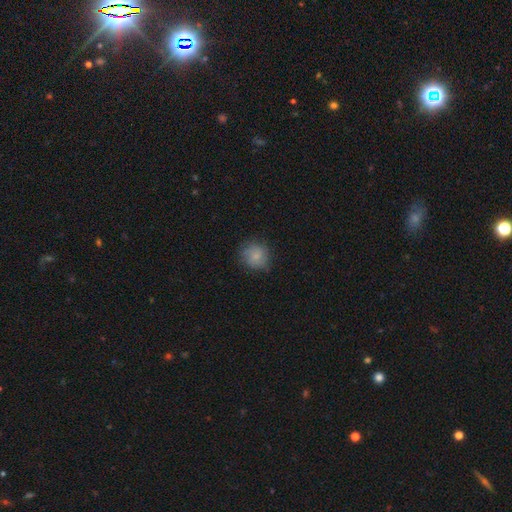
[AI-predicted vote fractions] smooth-or-featured: smooth: 70% | featured or disk: 21% | star or artifact: 8%
  how-rounded: round: 88% | in between: 11% | cigar-shaped: 1%
  merging: none: 76% | minor disturbance: 18% | major disturbance: 5% | merger: 1%